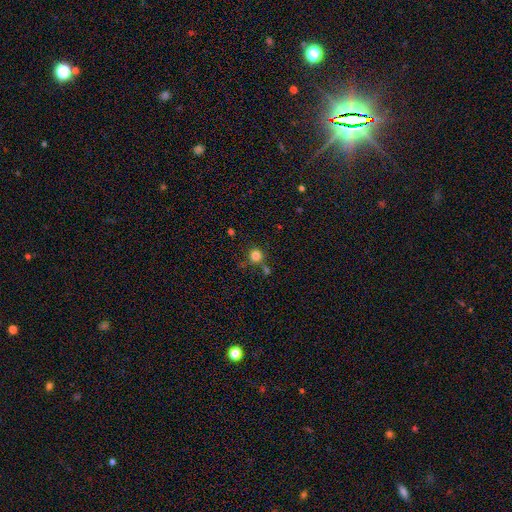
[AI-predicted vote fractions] smooth-or-featured: smooth: 82% | star or artifact: 13% | featured or disk: 5%
  how-rounded: round: 93% | in between: 6% | cigar-shaped: 1%
  merging: none: 73% | merger: 12% | minor disturbance: 11% | major disturbance: 4%